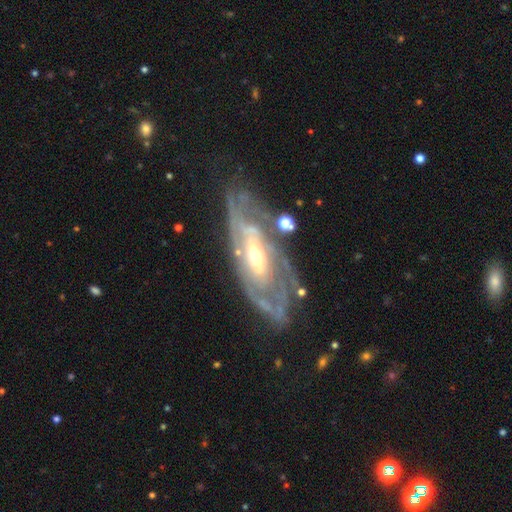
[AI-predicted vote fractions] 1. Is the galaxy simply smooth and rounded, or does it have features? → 87% featured or disk, 8% smooth, 5% star or artifact.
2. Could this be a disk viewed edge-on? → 89% no, 11% yes.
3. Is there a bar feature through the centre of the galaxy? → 49% no, 33% weak, 18% strong.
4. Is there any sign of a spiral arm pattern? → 90% yes, 10% no.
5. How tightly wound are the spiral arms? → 63% tight, 28% medium, 9% loose.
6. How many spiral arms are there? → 43% can't tell, 27% 2, 12% 3, 7% 4, 6% 1, 5% more than 4.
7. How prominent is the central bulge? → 48% moderate, 44% small, 5% large, 1% none, 1% dominant.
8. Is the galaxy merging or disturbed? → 63% none, 21% minor disturbance, 13% major disturbance, 4% merger.